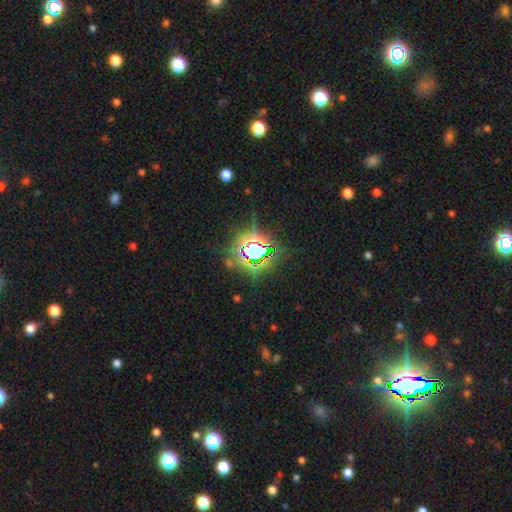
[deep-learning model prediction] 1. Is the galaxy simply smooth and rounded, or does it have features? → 78% star or artifact, 13% smooth, 9% featured or disk.